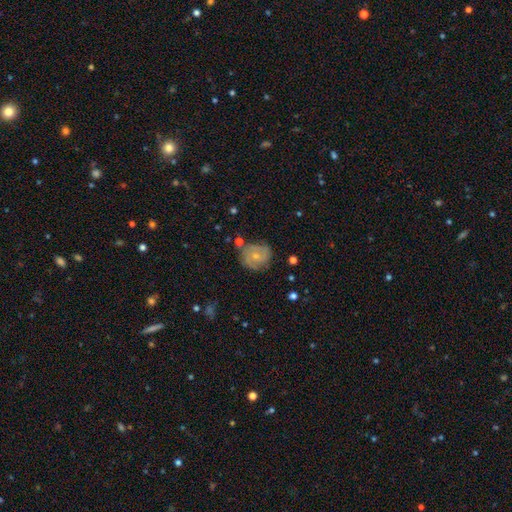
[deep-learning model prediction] smooth_or_featured: featured or disk (p=0.62) [alt: smooth p=0.31]
disk_edge_on: no (p=0.97) [alt: yes p=0.03]
bar: no (p=0.67) [alt: weak p=0.28]
has_spiral_arms: yes (p=0.85) [alt: no p=0.15]
spiral_winding: tight (p=0.49) [alt: medium p=0.39]
spiral_arm_count: 2 (p=0.52) [alt: can't tell p=0.24]
bulge_size: small (p=0.60) [alt: moderate p=0.36]
merging: none (p=0.68) [alt: minor disturbance p=0.21]